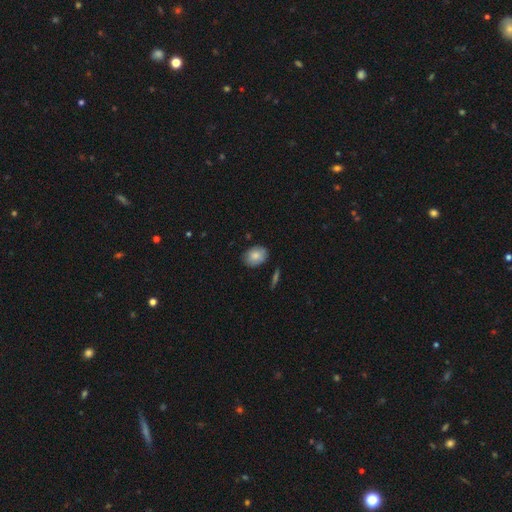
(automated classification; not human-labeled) This appears to be a smooth galaxy with no disk features (82%) that is in between round and cigar-shaped (75%). Merging: none (82%).